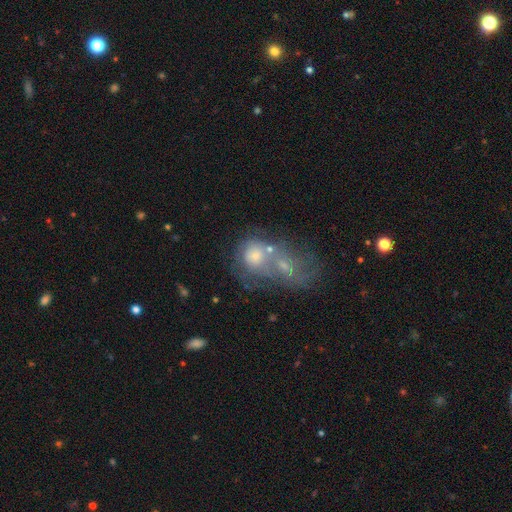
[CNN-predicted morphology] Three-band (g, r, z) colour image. It shows a featured or disk galaxy (47%). Merging: merger (60%).